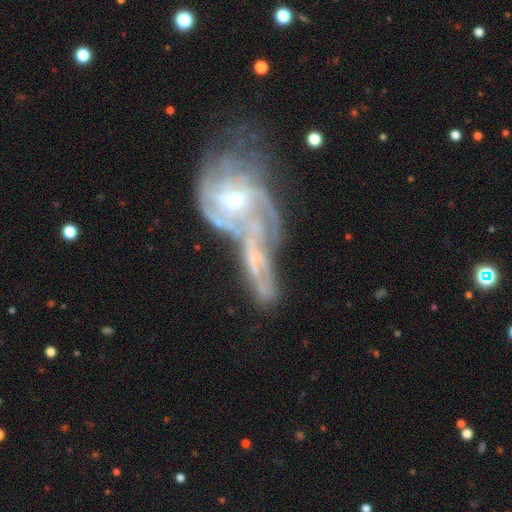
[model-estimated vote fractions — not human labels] This is likely a featured or disk galaxy (76%). It is clearly not viewed edge-on (93%). Bar: likely no (60%). Spiral arm pattern: clearly yes (81%). Spiral arm count: possibly can't tell (52%). Spiral winding: possibly tight (51%). Central bulge: possibly small (54%). Merging: likely merger (61%).